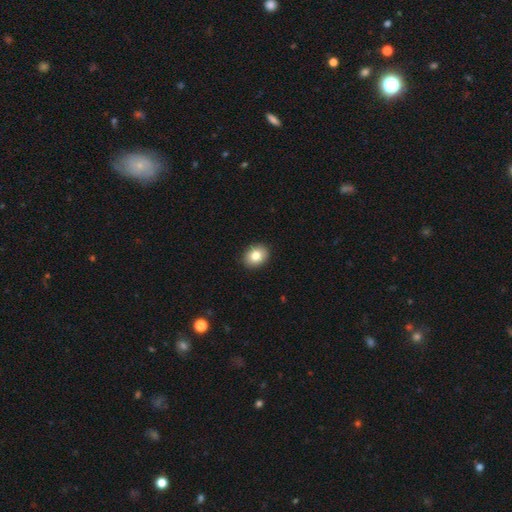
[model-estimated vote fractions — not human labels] Morphology: type=smooth (82%); roundness=in between (51%); merging=none (91%).